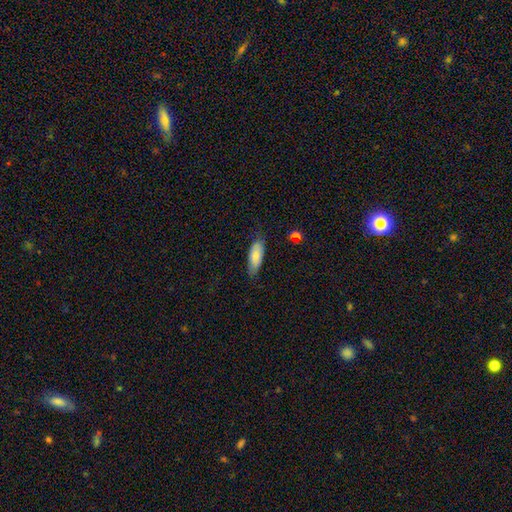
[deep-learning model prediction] Overall: smooth (79%). How rounded: in between (78%). Merging: none (72%).